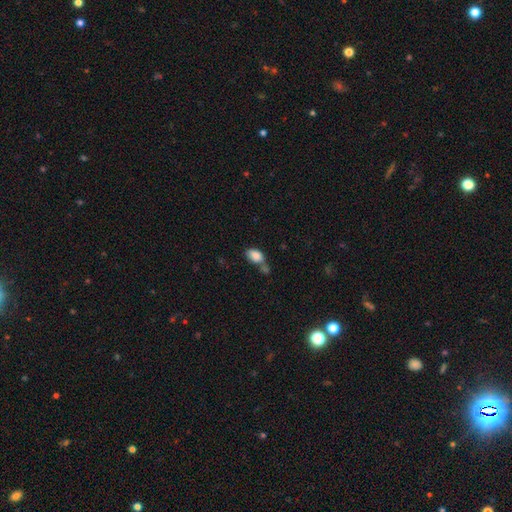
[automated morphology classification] Smooth or featured? Predicted: smooth (p=0.84). How rounded? Predicted: in between (p=0.90). Merging? Predicted: merger (p=0.39).